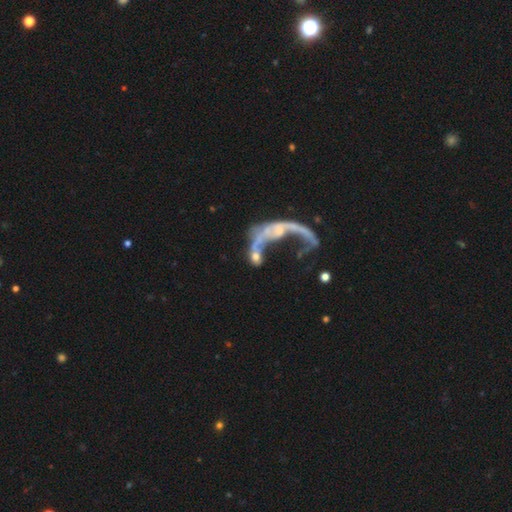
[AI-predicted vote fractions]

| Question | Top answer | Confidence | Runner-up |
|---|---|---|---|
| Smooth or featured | featured or disk | 56% | smooth (32%) |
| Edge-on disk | no | 91% | yes (9%) |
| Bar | no | 76% | weak (17%) |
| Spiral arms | no | 63% | yes (37%) |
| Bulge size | none | 37% | small (33%) |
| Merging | merger | 51% | major disturbance (28%) |